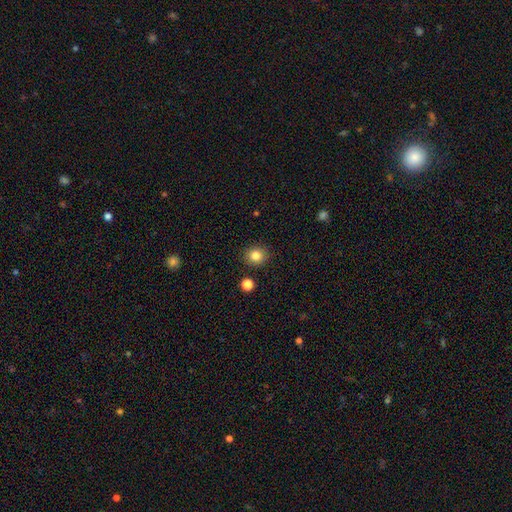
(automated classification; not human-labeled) Smooth or featured: smooth — 83% (star or artifact — 11%)
How rounded: round — 84% (in between — 15%)
Merging: none — 89% (minor disturbance — 6%)